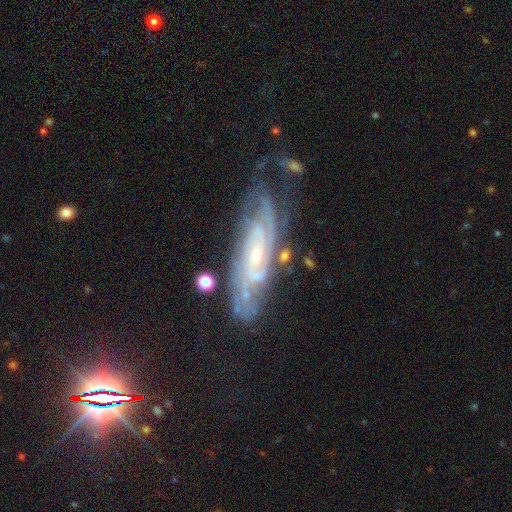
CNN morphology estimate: featured or disk 85%, star or artifact 8%, smooth 7%. Down the decision tree: edge-on disk — no (86%); bar — no (59%); spiral arms — yes (96%); spiral arm count — can't tell (38%); spiral winding — tight (67%); bulge size — small (76%); merging — none (68%).